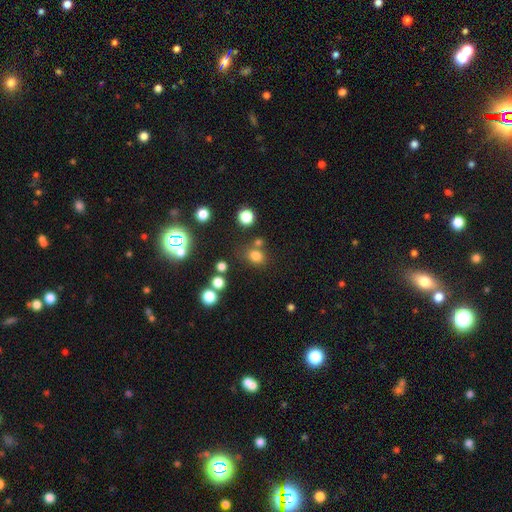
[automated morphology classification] A smooth galaxy with no disk features (75%) that is round (63%). Merging: none (68%).